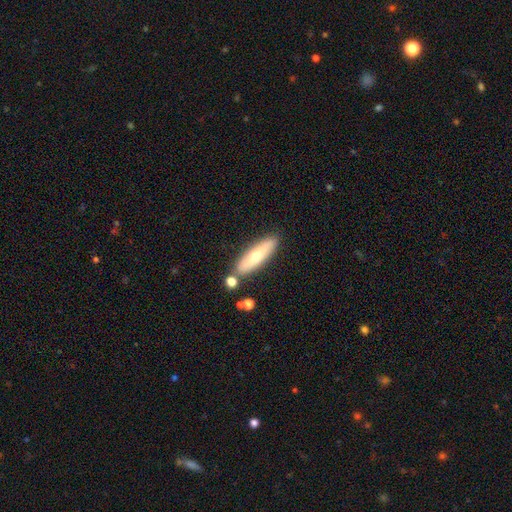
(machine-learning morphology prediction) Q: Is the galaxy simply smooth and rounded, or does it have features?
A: smooth — 55%.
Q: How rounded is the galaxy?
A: cigar-shaped — 68%.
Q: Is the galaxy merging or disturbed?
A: none — 81%.